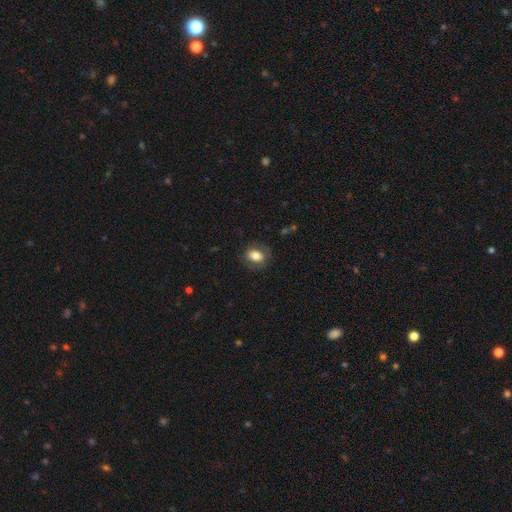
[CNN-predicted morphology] The model was most divided on "how rounded": in between: 64%, round: 35%, cigar-shaped: 1%. More confident: merging — none (81%); smooth or featured — smooth (78%).